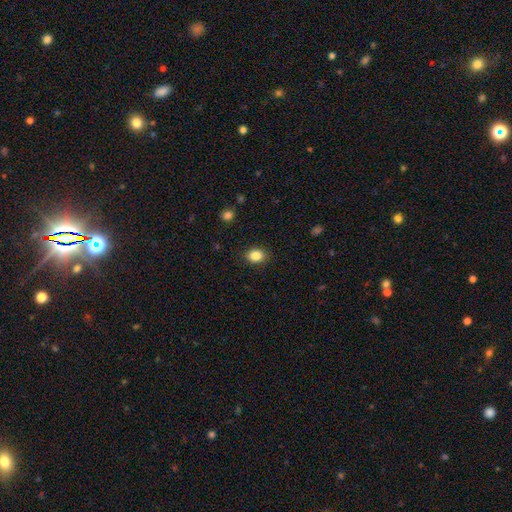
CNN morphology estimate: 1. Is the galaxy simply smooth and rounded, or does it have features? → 87% smooth, 9% star or artifact, 4% featured or disk.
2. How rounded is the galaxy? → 58% in between, 41% round, 1% cigar-shaped.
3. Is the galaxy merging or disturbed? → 88% none, 9% minor disturbance, 2% major disturbance, 1% merger.